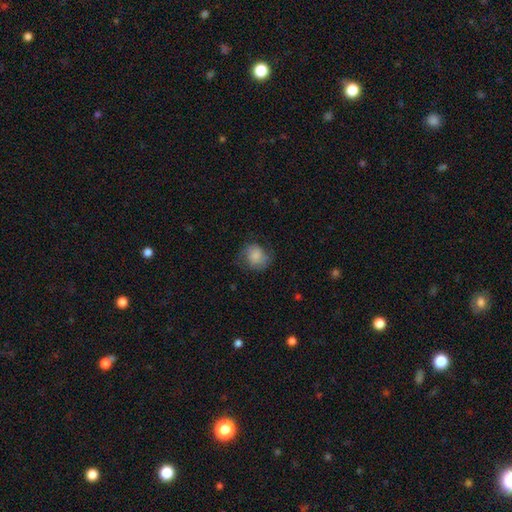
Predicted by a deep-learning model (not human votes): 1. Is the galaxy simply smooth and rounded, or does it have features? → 67% smooth, 25% featured or disk, 8% star or artifact.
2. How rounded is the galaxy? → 73% round, 26% in between, 1% cigar-shaped.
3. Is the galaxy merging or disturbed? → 63% none, 24% minor disturbance, 12% major disturbance, 1% merger.